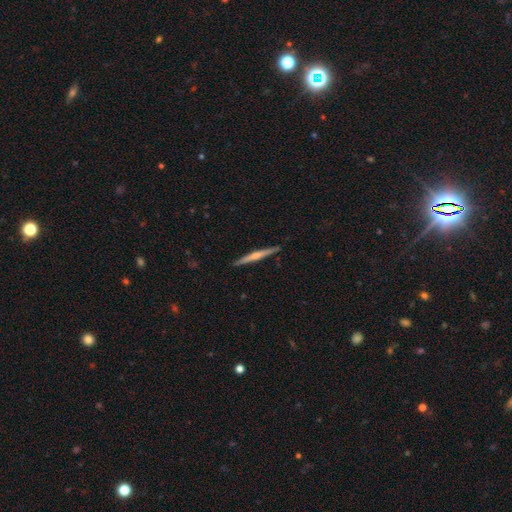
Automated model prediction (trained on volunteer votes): Smooth or featured?
  - featured or disk: 59% *
  - smooth: 36%
  - star or artifact: 5%
Edge-on disk?
  - yes: 98% *
  - no: 2%
Edge-on bulge?
  - rounded: 64% *
  - none: 28%
  - boxy: 8%
Merging?
  - none: 90% *
  - minor disturbance: 7%
  - major disturbance: 1%
  - merger: 1%